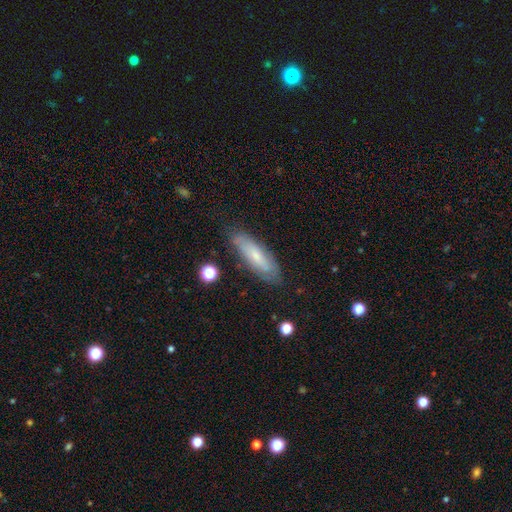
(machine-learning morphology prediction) Smooth or featured? Predicted: smooth (p=0.53). How rounded? Predicted: in between (p=0.51). Merging? Predicted: none (p=0.76).